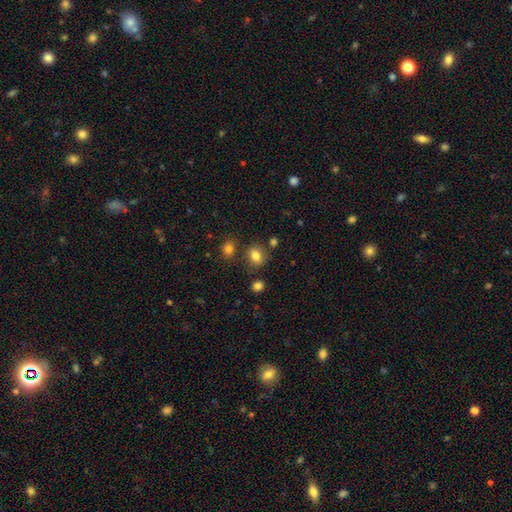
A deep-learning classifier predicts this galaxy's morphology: smooth 81%, star or artifact 12%, featured or disk 7%. Down the decision tree: how rounded — round (54%); merging — none (75%).